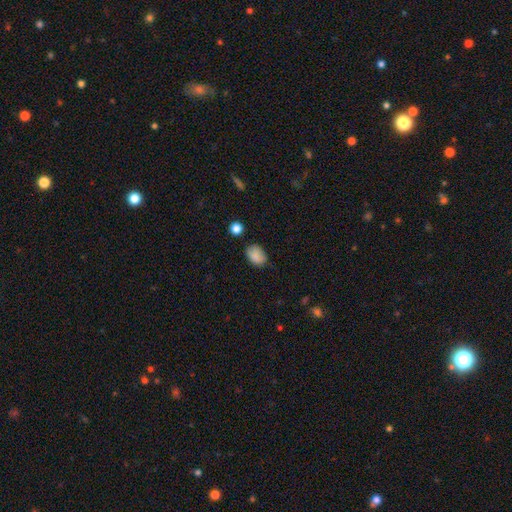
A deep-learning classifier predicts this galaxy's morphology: Q: Smooth or featured?
A: smooth (86%); runner-up: star or artifact (9%)
Q: How rounded?
A: in between (76%); runner-up: round (23%)
Q: Merging?
A: none (74%); runner-up: minor disturbance (20%)